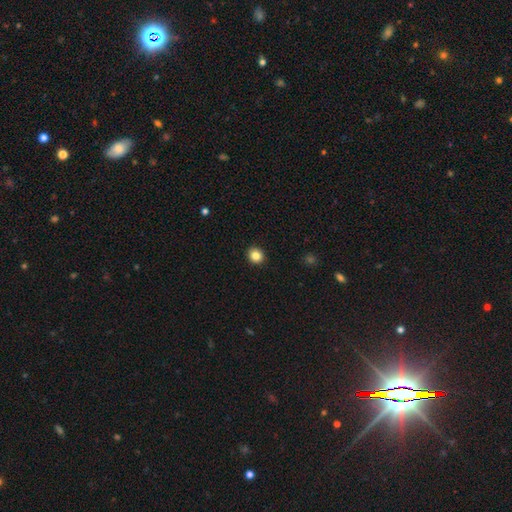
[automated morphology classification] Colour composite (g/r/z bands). It shows a smooth galaxy with no disk features (84%) that is round (83%). Merging: none (93%).